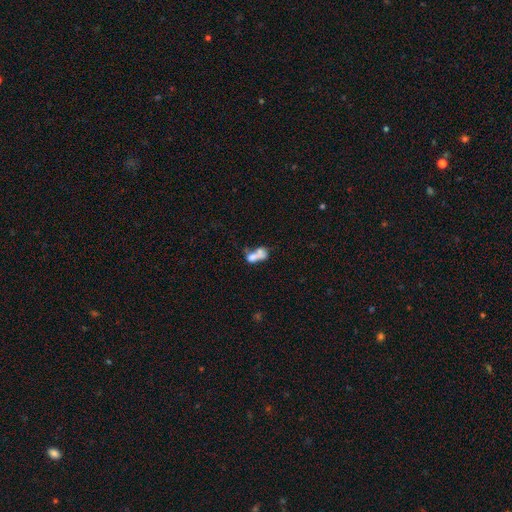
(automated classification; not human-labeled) Overall: smooth (60%; featured or disk 29%). How rounded: in between (73%). Merging: merger (64%).